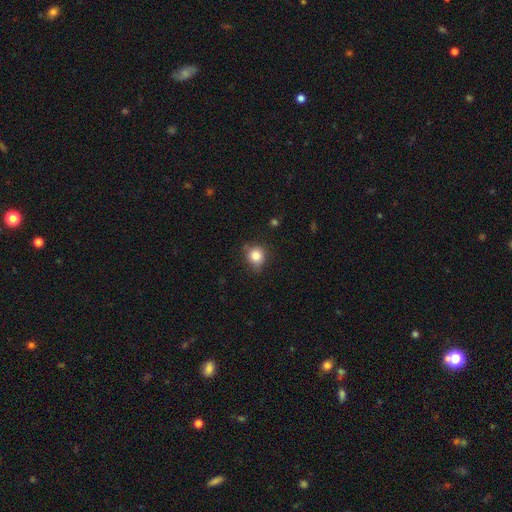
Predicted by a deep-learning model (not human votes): smooth 83%, star or artifact 11%, featured or disk 6%. Down the decision tree: how rounded — round (83%); merging — none (73%).